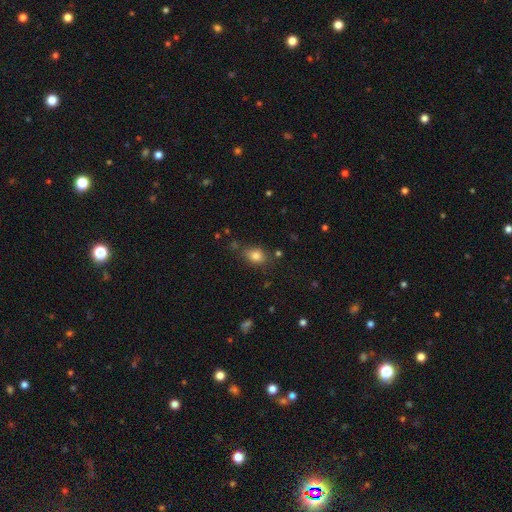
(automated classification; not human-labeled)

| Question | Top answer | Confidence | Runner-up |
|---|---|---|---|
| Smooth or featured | smooth | 81% | star or artifact (11%) |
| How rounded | in between | 71% | round (28%) |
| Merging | none | 73% | minor disturbance (17%) |